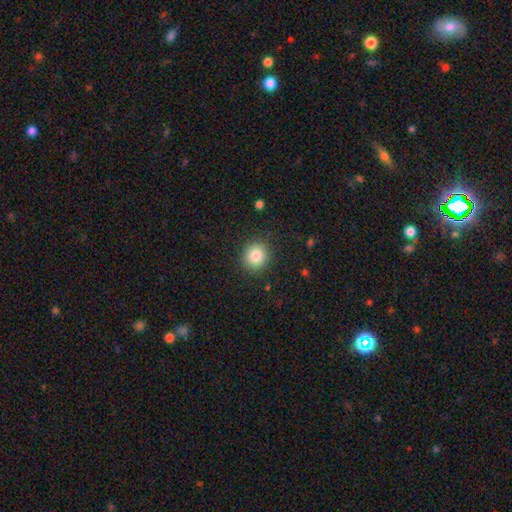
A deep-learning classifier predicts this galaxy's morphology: Overall: smooth (83%). How rounded: round (87%). Merging: none (88%).